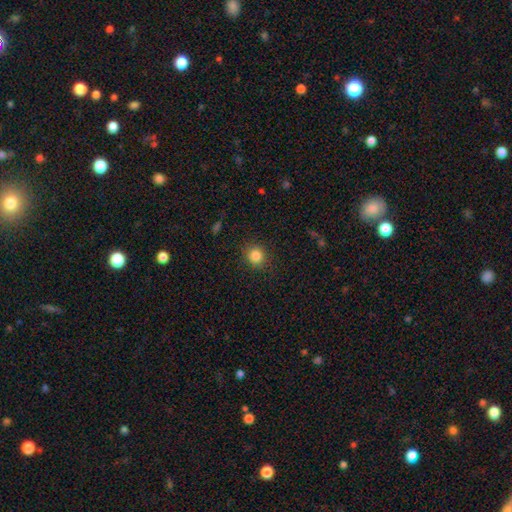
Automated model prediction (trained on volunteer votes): smooth_or_featured: smooth (p=0.85) [alt: star or artifact p=0.11]
how_rounded: round (p=0.86) [alt: in between p=0.13]
merging: none (p=0.88) [alt: minor disturbance p=0.08]